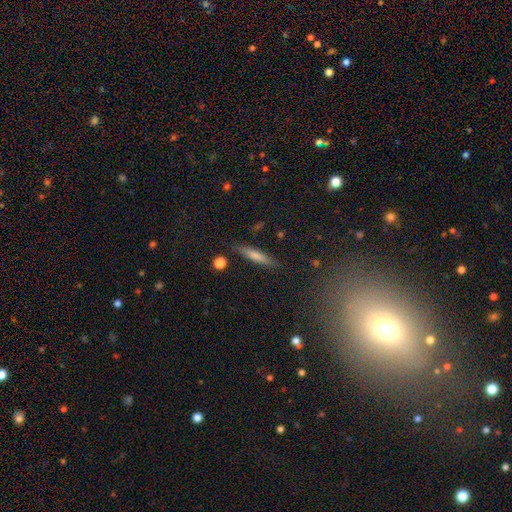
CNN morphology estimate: Overall: smooth (68%). How rounded: cigar-shaped (86%). Merging: none (84%).